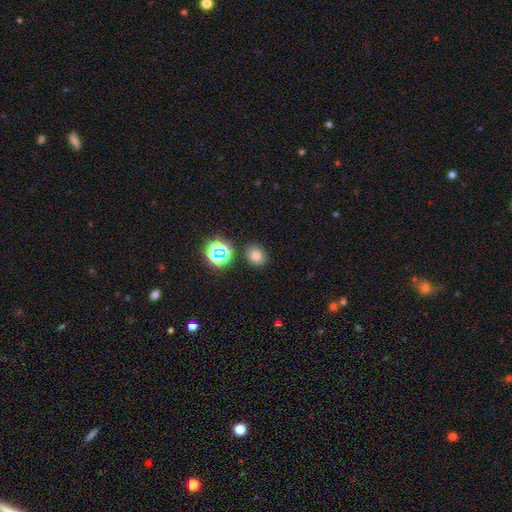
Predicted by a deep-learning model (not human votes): Smooth or featured: smooth — 73% (star or artifact — 19%)
How rounded: round — 61% (in between — 38%)
Merging: none — 84% (minor disturbance — 10%)